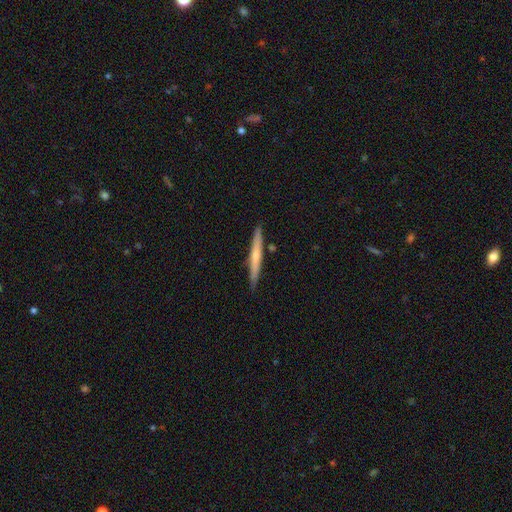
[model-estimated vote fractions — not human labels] Smooth or featured? Predicted: smooth (p=0.52). How rounded? Predicted: cigar-shaped (p=0.96). Merging? Predicted: none (p=0.87).